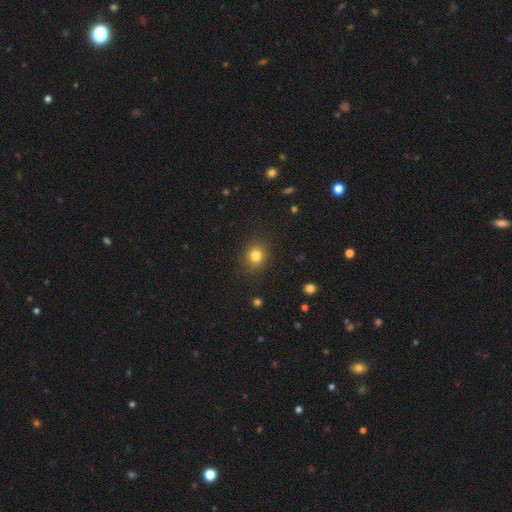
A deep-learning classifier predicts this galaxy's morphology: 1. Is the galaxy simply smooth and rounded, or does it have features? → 82% smooth, 12% star or artifact, 6% featured or disk.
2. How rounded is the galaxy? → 79% round, 20% in between, 1% cigar-shaped.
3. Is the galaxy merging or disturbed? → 88% none, 8% minor disturbance, 3% major disturbance, 1% merger.